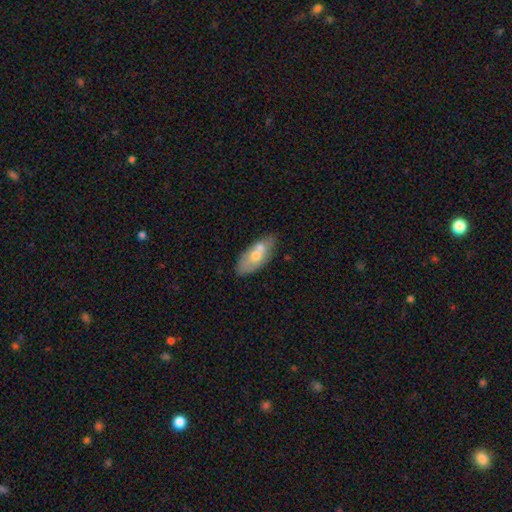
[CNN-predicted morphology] smooth-or-featured: smooth: 56% | featured or disk: 36% | star or artifact: 8%
  how-rounded: in between: 81% | cigar-shaped: 16% | round: 4%
  merging: none: 64% | minor disturbance: 16% | merger: 16% | major disturbance: 4%